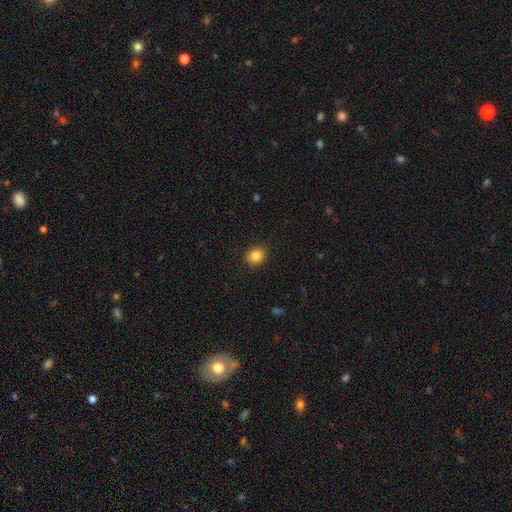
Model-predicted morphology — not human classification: smooth-or-featured: smooth: 85% | star or artifact: 10% | featured or disk: 5%
  how-rounded: round: 75% | in between: 24% | cigar-shaped: 1%
  merging: none: 90% | minor disturbance: 7% | major disturbance: 2% | merger: 1%